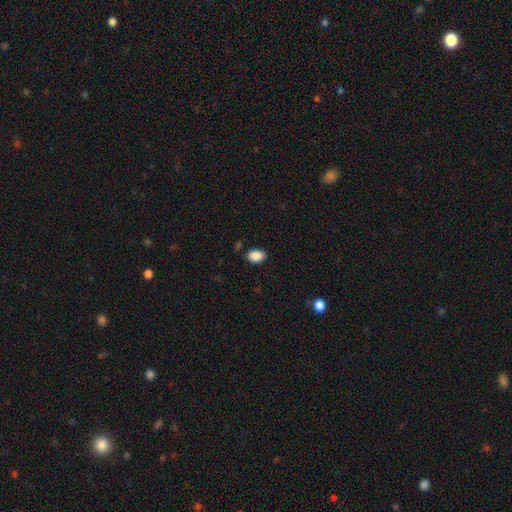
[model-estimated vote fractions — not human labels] smooth 89%, star or artifact 8%, featured or disk 3%. Down the decision tree: how rounded — in between (79%); merging — none (84%).